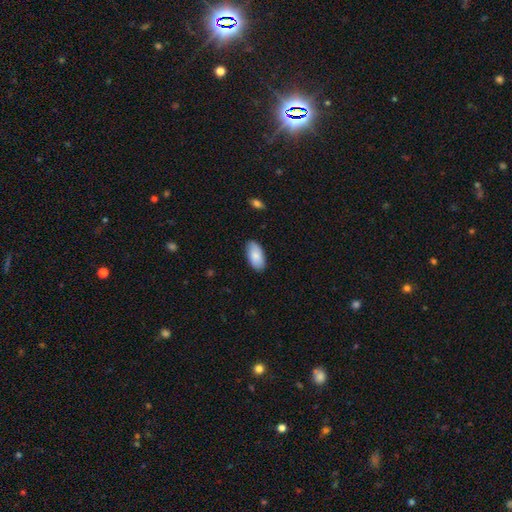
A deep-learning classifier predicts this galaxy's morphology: A smooth galaxy with no disk features (85%) that is in between round and cigar-shaped (95%).

Vote fractions:
- Smooth or featured? smooth: 85% / featured or disk: 9% / star or artifact: 6%
- How rounded? in between: 95% / cigar-shaped: 3% / round: 2%
- Merging? none: 86% / minor disturbance: 11% / major disturbance: 2% / merger: 1%